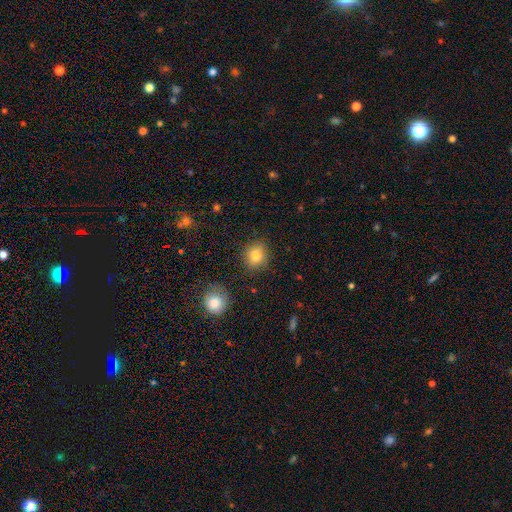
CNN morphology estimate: This appears to be a smooth galaxy with no disk features (81%) that is round (76%). Merging: none (85%).